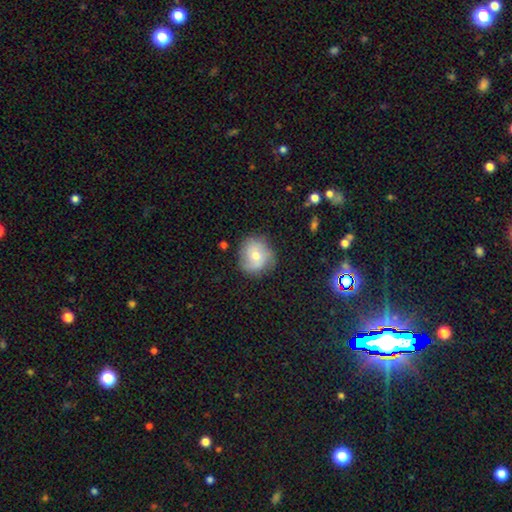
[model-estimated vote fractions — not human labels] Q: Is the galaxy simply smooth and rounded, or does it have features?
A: smooth — 53%.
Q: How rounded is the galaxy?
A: round — 84%.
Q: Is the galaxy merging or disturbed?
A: none — 73%.